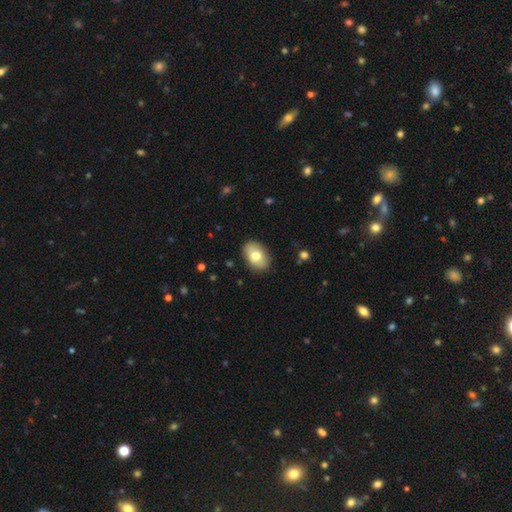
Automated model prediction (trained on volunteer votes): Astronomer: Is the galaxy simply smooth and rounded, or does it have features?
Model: smooth — 74%.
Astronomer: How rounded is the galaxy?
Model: in between — 86%.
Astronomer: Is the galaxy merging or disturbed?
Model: none — 86%.